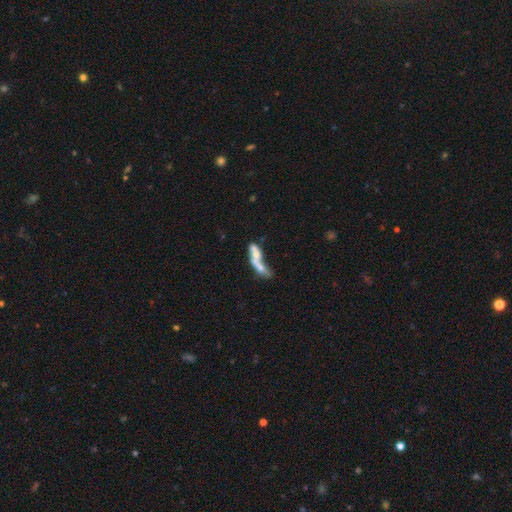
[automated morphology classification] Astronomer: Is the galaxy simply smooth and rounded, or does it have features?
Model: smooth — 48% (runner-up: featured or disk, 42%).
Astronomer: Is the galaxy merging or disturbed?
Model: merger — 62%.